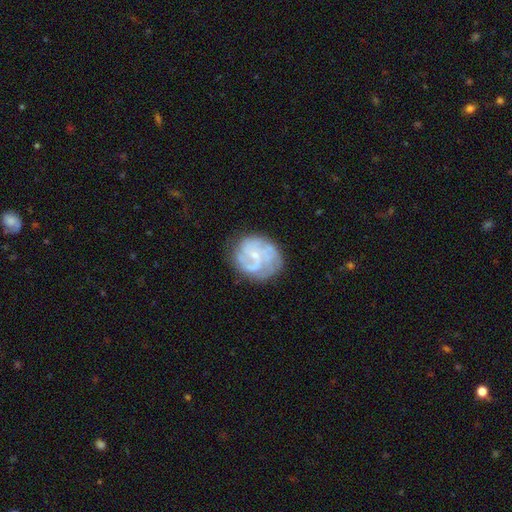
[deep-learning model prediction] Smooth or featured? featured or disk (76%)
Edge-on disk? no (98%)
Bar? no (66%)
Spiral arms? yes (89%)
Spiral winding? tight (43%)
Spiral arm count? can't tell (30%)
Bulge size? small (74%)
Merging? none (67%)